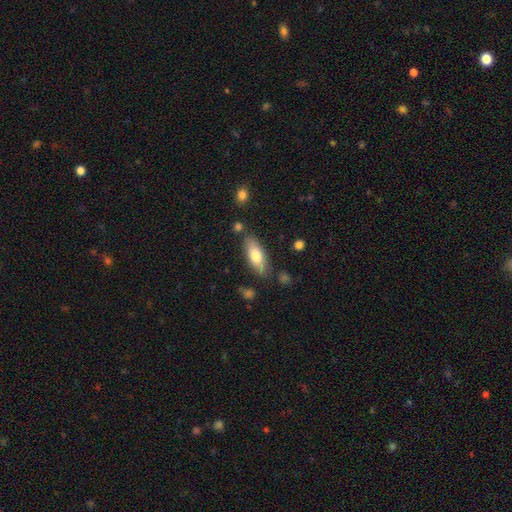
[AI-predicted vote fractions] Smooth or featured: smooth — 74% (featured or disk — 20%)
How rounded: in between — 72% (cigar-shaped — 26%)
Merging: none — 79% (minor disturbance — 13%)